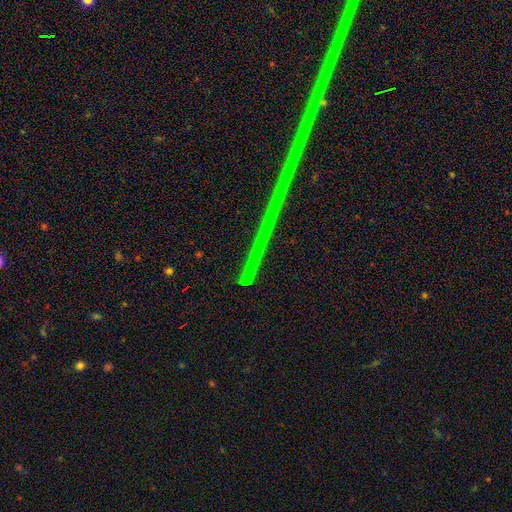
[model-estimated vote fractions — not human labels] smooth_or_featured: star or artifact (p=0.85) [alt: featured or disk p=0.09]